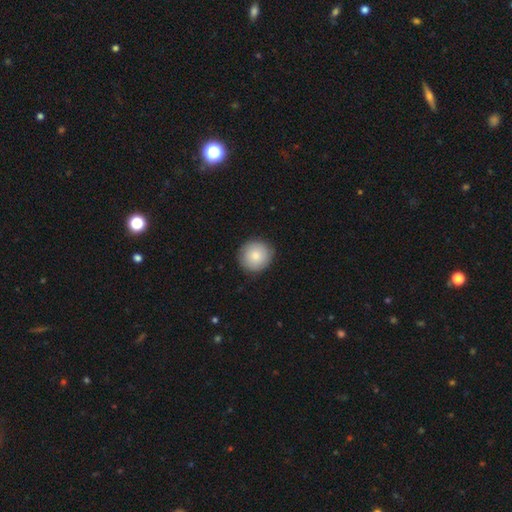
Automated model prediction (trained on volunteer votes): A smooth galaxy with no disk features (83%) that is round (93%).

Vote fractions:
- Smooth or featured? smooth: 83% / featured or disk: 9% / star or artifact: 7%
- How rounded? round: 93% / in between: 6% / cigar-shaped: 1%
- Merging? none: 89% / minor disturbance: 8% / major disturbance: 2% / merger: 1%